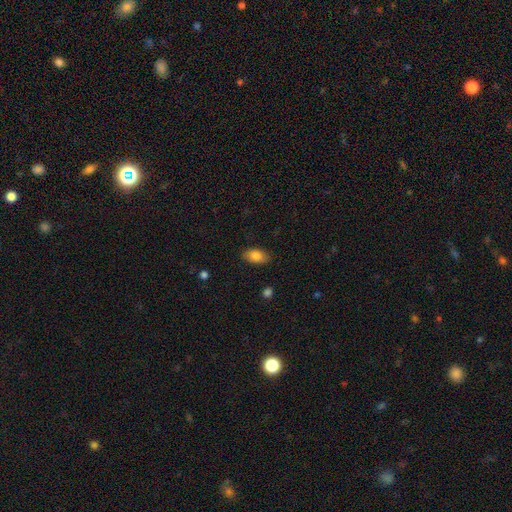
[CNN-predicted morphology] Q: Smooth or featured?
A: smooth (83%); runner-up: featured or disk (9%)
Q: How rounded?
A: in between (91%); runner-up: round (6%)
Q: Merging?
A: none (84%); runner-up: minor disturbance (12%)